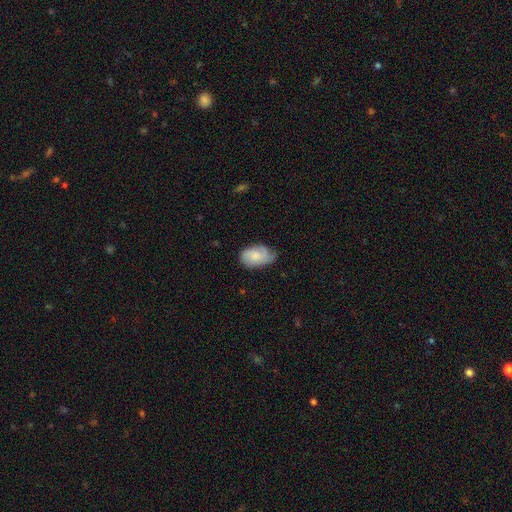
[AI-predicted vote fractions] Smooth or featured: smooth — 61% (featured or disk — 32%)
How rounded: in between — 91% (round — 7%)
Merging: none — 51% (minor disturbance — 37%)